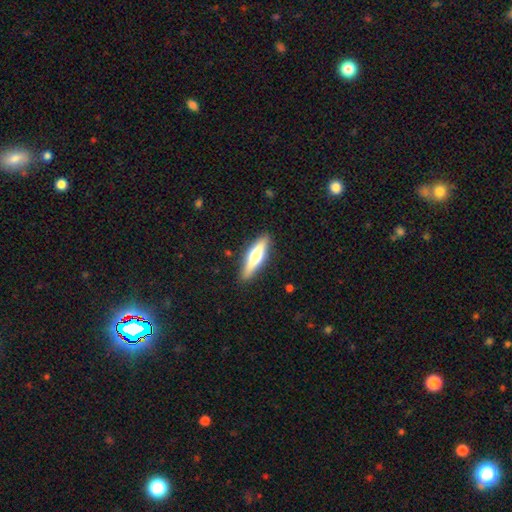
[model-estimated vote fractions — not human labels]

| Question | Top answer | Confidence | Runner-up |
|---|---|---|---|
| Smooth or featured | featured or disk | 48% | smooth (46%) |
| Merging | none | 88% | minor disturbance (9%) |